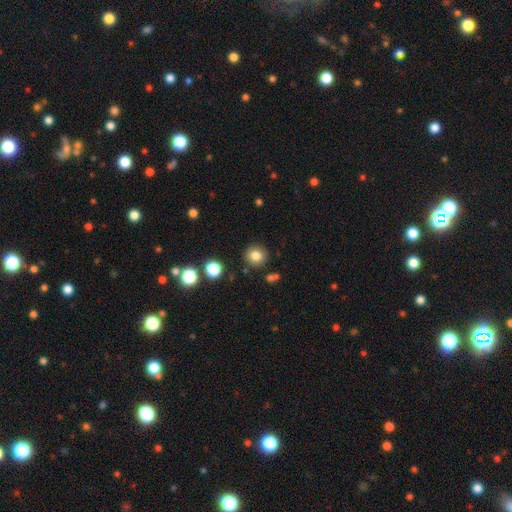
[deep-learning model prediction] This appears to be a smooth galaxy with no disk features (82%) that is round (91%). Merging: none (88%).